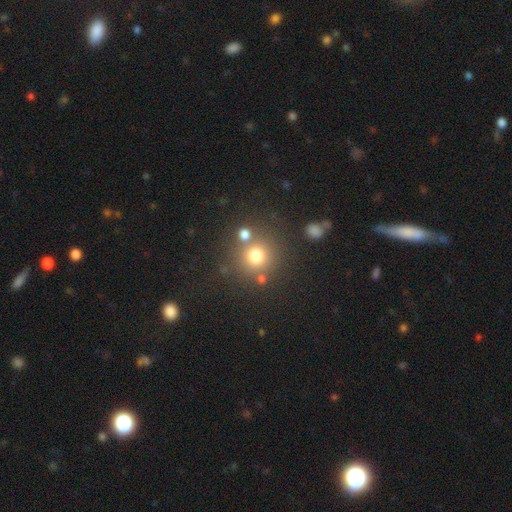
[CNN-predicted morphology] This appears to be a smooth galaxy with no disk features (74%) that is round (92%). Merging: none (73%).